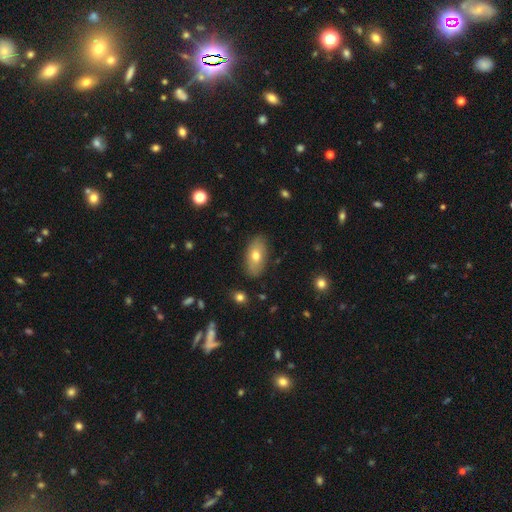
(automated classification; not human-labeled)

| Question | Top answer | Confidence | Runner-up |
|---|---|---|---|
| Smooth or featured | smooth | 68% | featured or disk (24%) |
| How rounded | in between | 91% | cigar-shaped (5%) |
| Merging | none | 86% | minor disturbance (11%) |